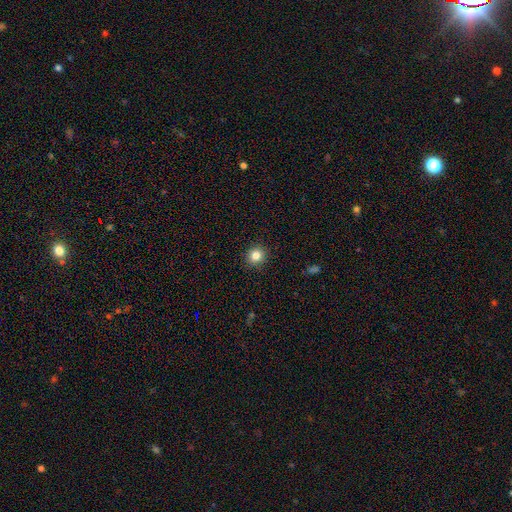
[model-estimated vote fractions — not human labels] Smooth or featured: smooth — 83% (star or artifact — 11%)
How rounded: round — 90% (in between — 9%)
Merging: none — 92% (minor disturbance — 5%)